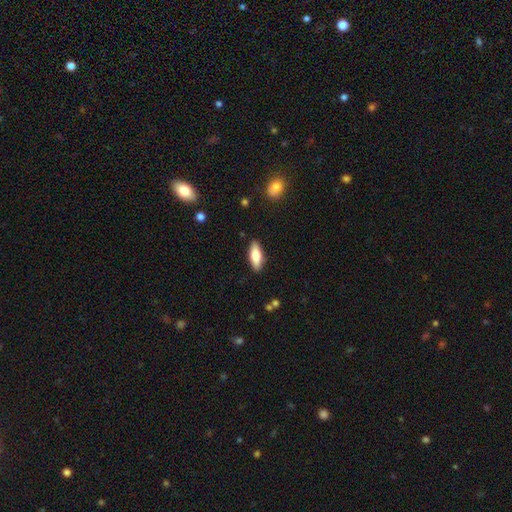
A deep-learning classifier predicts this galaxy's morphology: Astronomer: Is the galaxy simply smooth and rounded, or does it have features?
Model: smooth — 75%.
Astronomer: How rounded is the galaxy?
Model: in between — 68%.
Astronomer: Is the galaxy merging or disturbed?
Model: none — 88%.